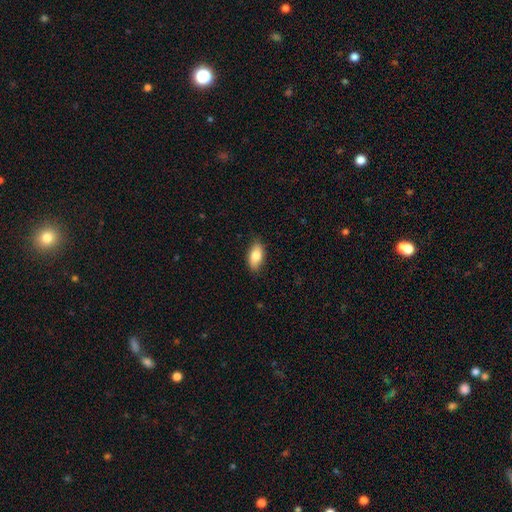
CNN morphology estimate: Smooth or featured? smooth (83%)
How rounded? in between (90%)
Merging? none (85%)